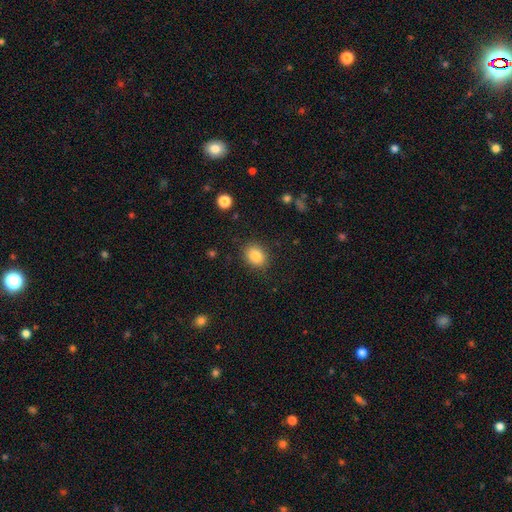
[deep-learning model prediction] Smooth or featured?
  - smooth: 83% *
  - star or artifact: 9%
  - featured or disk: 7%
How rounded?
  - round: 52% *
  - in between: 47%
  - cigar-shaped: 1%
Merging?
  - none: 87% *
  - minor disturbance: 9%
  - major disturbance: 3%
  - merger: 1%